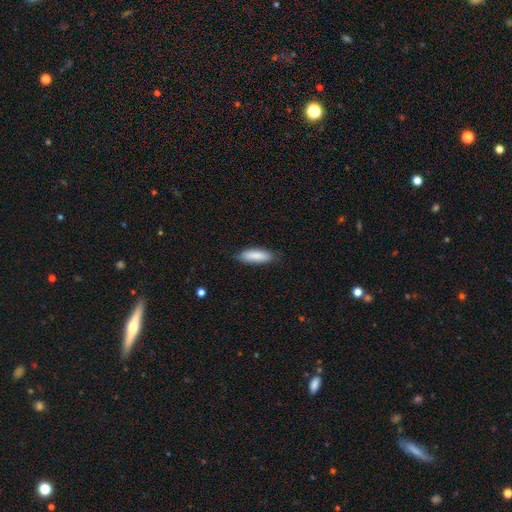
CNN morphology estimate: smooth-or-featured: smooth: 86% | featured or disk: 8% | star or artifact: 6%
  how-rounded: in between: 55% | cigar-shaped: 43% | round: 2%
  merging: none: 81% | minor disturbance: 15% | major disturbance: 3% | merger: 1%